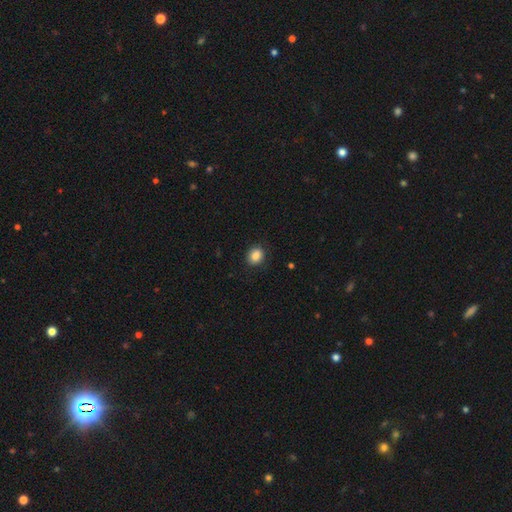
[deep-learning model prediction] Smooth or featured? Predicted: smooth (p=0.86). How rounded? Predicted: round (p=0.66). Merging? Predicted: none (p=0.88).